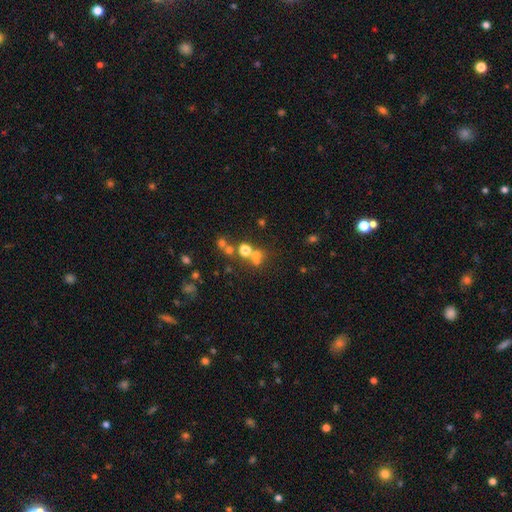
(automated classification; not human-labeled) Smooth or featured: smooth — 58% (star or artifact — 26%)
How rounded: round — 83% (in between — 16%)
Merging: none — 50% (merger — 37%)